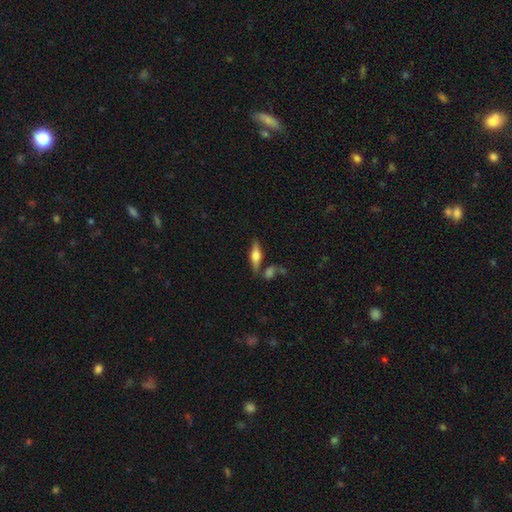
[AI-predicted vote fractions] Smooth or featured? Predicted: featured or disk (p=0.50). Merging? Predicted: none (p=0.69).